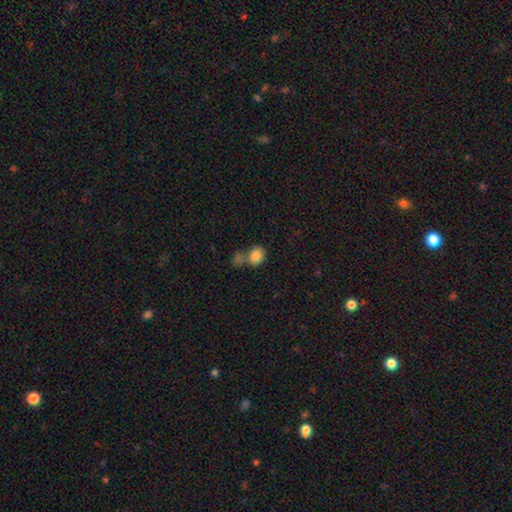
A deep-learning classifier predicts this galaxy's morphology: Smooth or featured?
  - smooth: 84% *
  - star or artifact: 9%
  - featured or disk: 7%
How rounded?
  - round: 54% *
  - in between: 45%
  - cigar-shaped: 1%
Merging?
  - merger: 44% *
  - none: 40%
  - minor disturbance: 11%
  - major disturbance: 5%